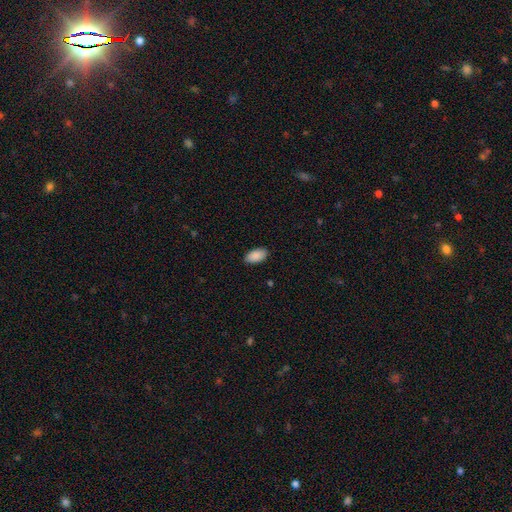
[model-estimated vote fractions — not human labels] A smooth galaxy with no disk features (90%) that is in between round and cigar-shaped (95%). Merging: none (88%).